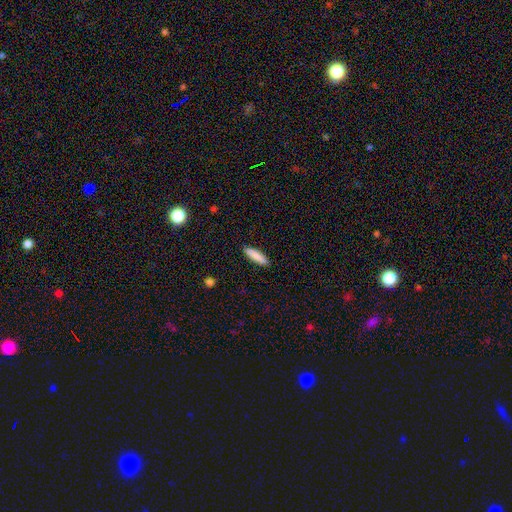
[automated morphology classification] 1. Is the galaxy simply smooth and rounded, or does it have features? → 86% smooth, 8% featured or disk, 6% star or artifact.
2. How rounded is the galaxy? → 76% cigar-shaped, 22% in between, 1% round.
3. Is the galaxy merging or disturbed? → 91% none, 7% minor disturbance, 2% major disturbance, 1% merger.